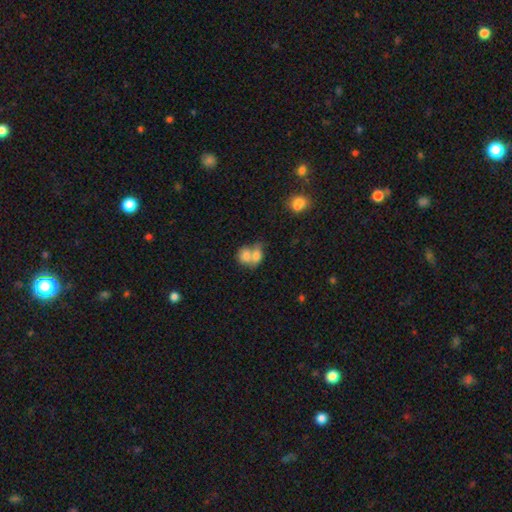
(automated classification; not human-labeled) Smooth or featured? Predicted: smooth (p=0.73). How rounded? Predicted: in between (p=0.61). Merging? Predicted: merger (p=0.71).